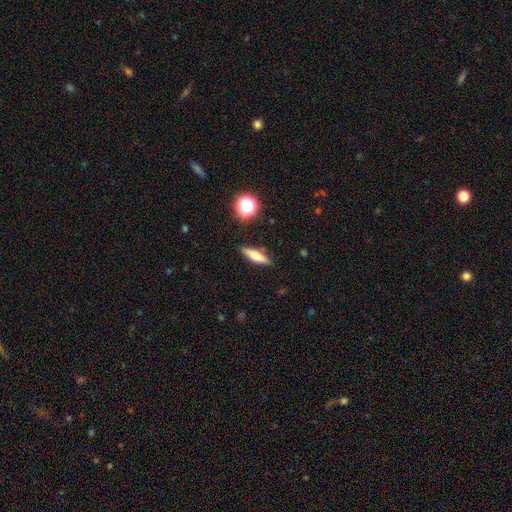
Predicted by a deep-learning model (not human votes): smooth-or-featured: smooth: 62% | featured or disk: 29% | star or artifact: 9%
  how-rounded: cigar-shaped: 65% | in between: 31% | round: 4%
  merging: none: 86% | minor disturbance: 10% | major disturbance: 2% | merger: 2%